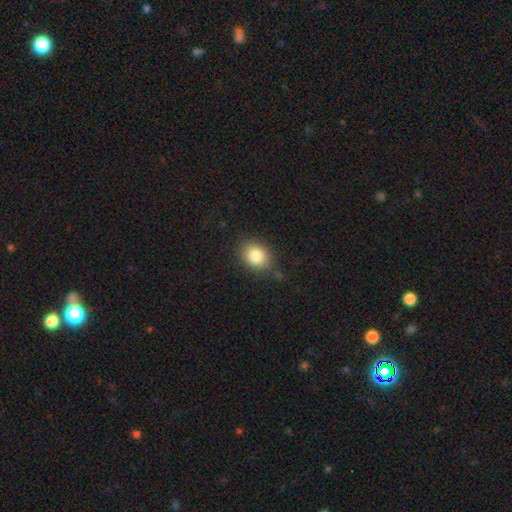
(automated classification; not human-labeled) Q: Smooth or featured?
A: smooth (84%); runner-up: star or artifact (9%)
Q: How rounded?
A: in between (51%); runner-up: round (48%)
Q: Merging?
A: none (80%); runner-up: minor disturbance (14%)